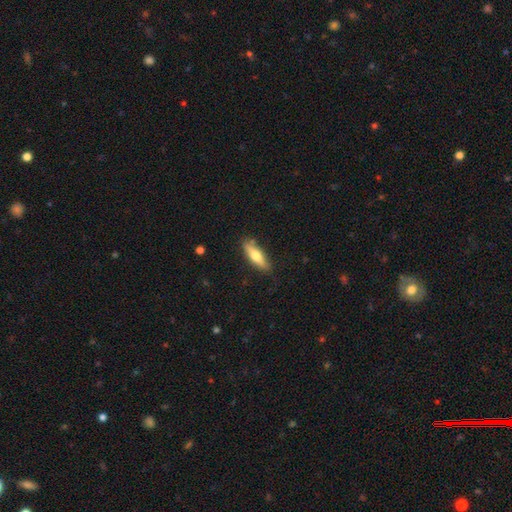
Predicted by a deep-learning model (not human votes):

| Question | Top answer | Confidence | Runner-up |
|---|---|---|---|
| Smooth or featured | smooth | 62% | featured or disk (32%) |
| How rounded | cigar-shaped | 58% | in between (40%) |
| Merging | none | 82% | minor disturbance (13%) |